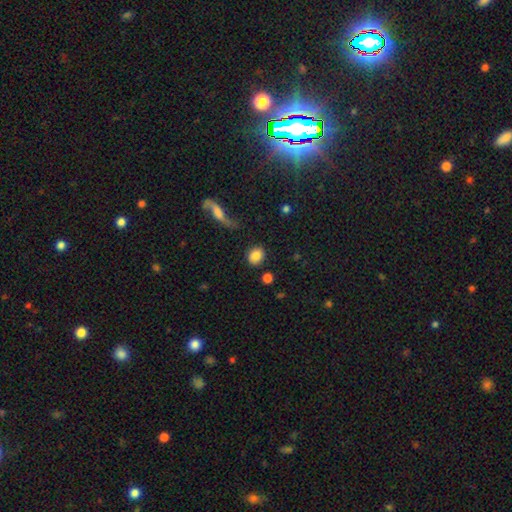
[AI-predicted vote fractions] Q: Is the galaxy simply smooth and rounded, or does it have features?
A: smooth — 83%.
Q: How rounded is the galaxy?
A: round — 70%.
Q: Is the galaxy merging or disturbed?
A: none — 85%.